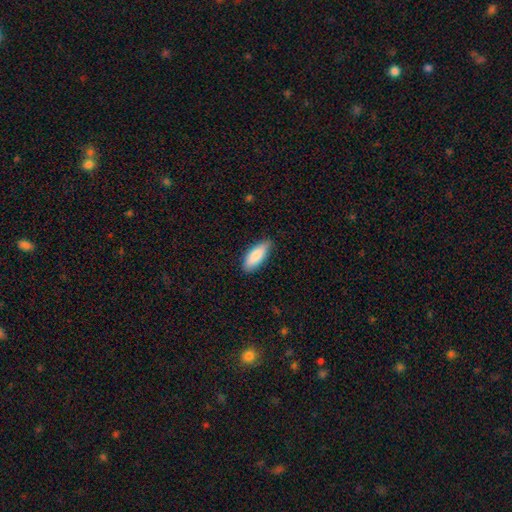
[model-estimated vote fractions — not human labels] smooth-or-featured: smooth: 87% | featured or disk: 7% | star or artifact: 6%
  how-rounded: in between: 73% | cigar-shaped: 25% | round: 2%
  merging: none: 80% | minor disturbance: 17% | major disturbance: 2% | merger: 1%